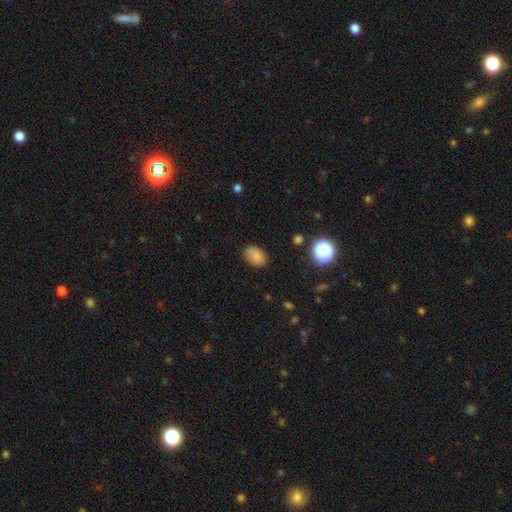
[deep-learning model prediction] smooth-or-featured: smooth: 83% | star or artifact: 12% | featured or disk: 5%
  how-rounded: in between: 77% | round: 22% | cigar-shaped: 1%
  merging: none: 83% | minor disturbance: 13% | major disturbance: 3% | merger: 1%